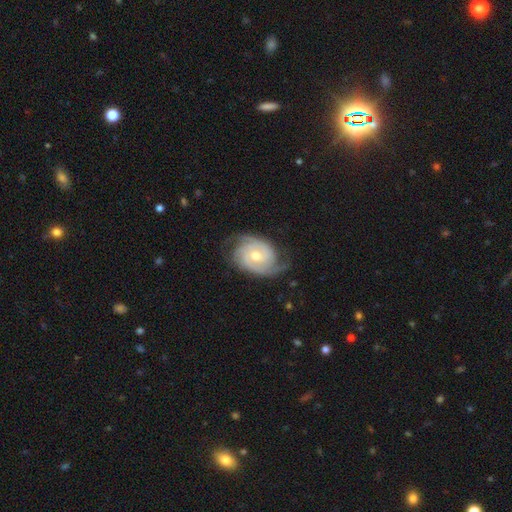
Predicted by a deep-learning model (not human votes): Smooth or featured? Predicted: featured or disk (p=0.88). Edge-on disk? Predicted: no (p=0.97). Bar? Predicted: no (p=0.66). Spiral arms? Predicted: yes (p=0.97). Spiral winding? Predicted: tight (p=0.60). Spiral arm count? Predicted: 2 (p=0.52). Bulge size? Predicted: moderate (p=0.67). Merging? Predicted: none (p=0.74).